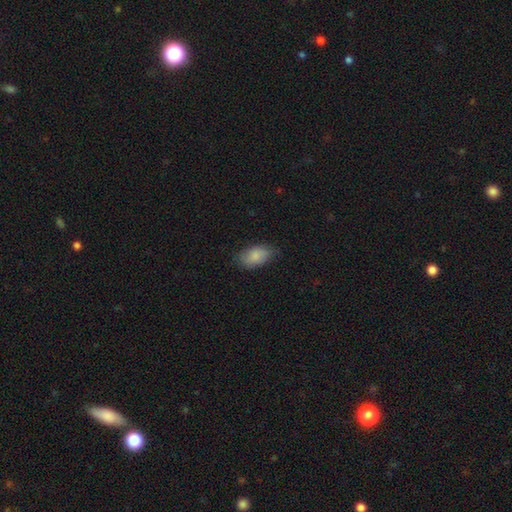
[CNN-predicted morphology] Smooth or featured?
  - smooth: 85% *
  - featured or disk: 8%
  - star or artifact: 6%
How rounded?
  - in between: 93% *
  - round: 5%
  - cigar-shaped: 2%
Merging?
  - none: 72% *
  - minor disturbance: 22%
  - major disturbance: 4%
  - merger: 1%